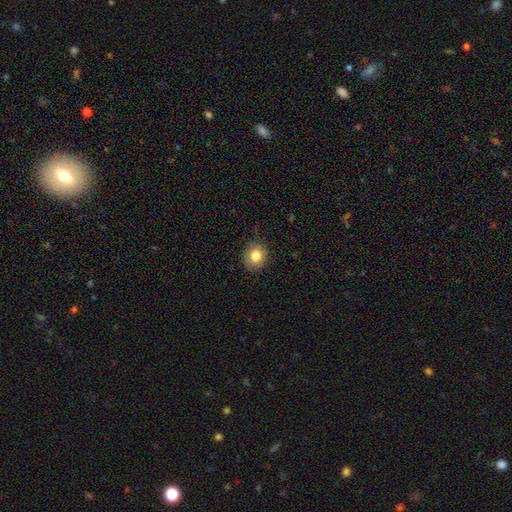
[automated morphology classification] The model was most divided on "how rounded": round: 76%, in between: 23%, cigar-shaped: 1%. More confident: merging — none (88%); smooth or featured — smooth (81%).